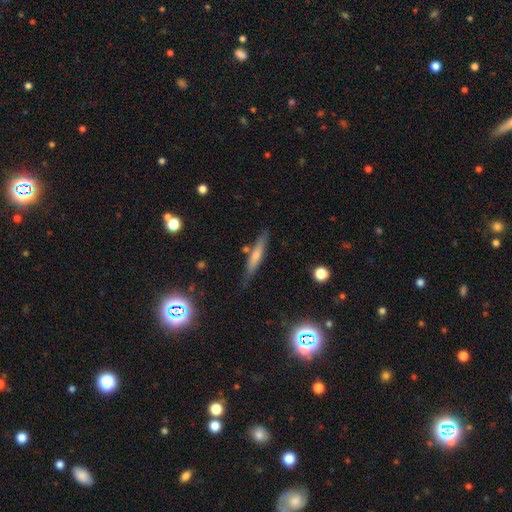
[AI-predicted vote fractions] Smooth or featured: smooth — 58% (featured or disk — 35%)
How rounded: cigar-shaped — 89% (in between — 10%)
Merging: none — 74% (minor disturbance — 17%)